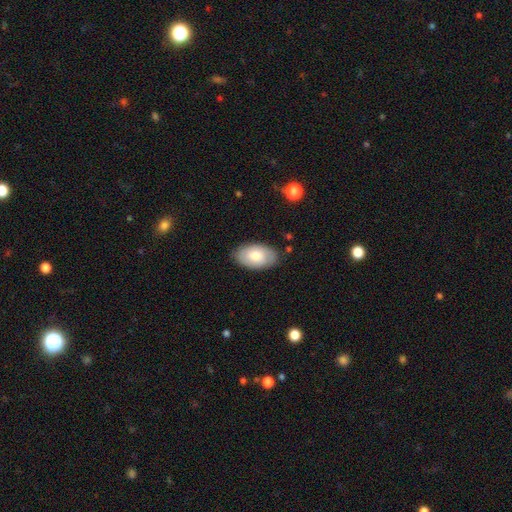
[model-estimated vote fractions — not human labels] A smooth galaxy with no disk features (70%) that is in between round and cigar-shaped (93%). Merging: none (84%).